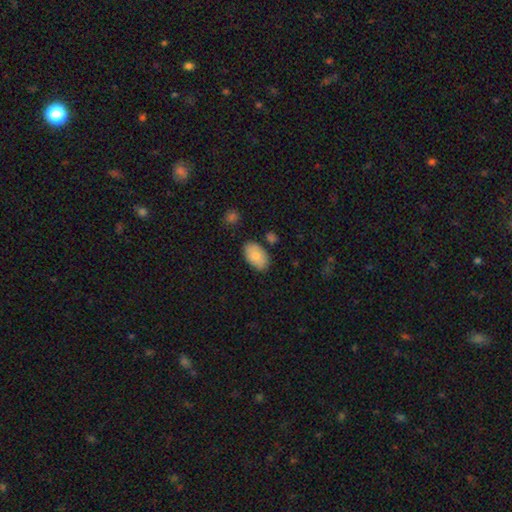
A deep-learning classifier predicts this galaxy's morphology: smooth 81%, featured or disk 13%, star or artifact 7%. Down the decision tree: how rounded — in between (92%); merging — none (80%).